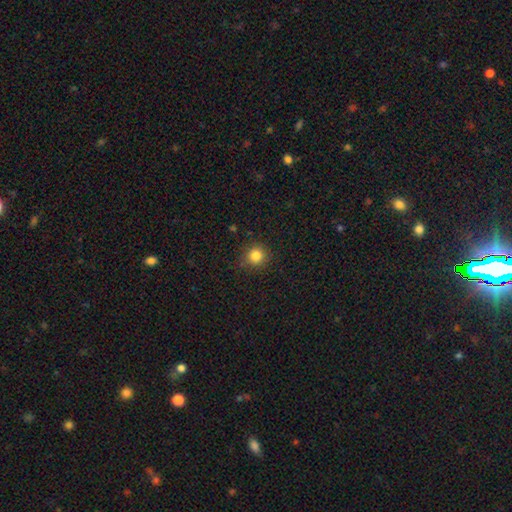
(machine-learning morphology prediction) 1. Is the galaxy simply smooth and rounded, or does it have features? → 83% smooth, 12% star or artifact, 5% featured or disk.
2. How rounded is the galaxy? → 92% round, 7% in between, 1% cigar-shaped.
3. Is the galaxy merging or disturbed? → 88% none, 8% minor disturbance, 3% major disturbance, 1% merger.